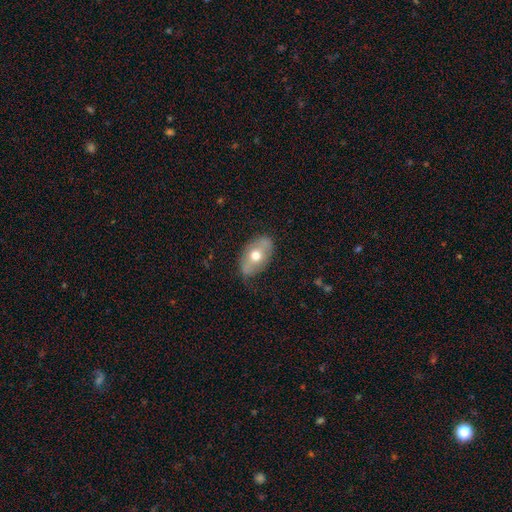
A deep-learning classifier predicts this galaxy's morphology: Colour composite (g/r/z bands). It shows a smooth galaxy with no disk features (56%) that is in between round and cigar-shaped (90%). Merging: none (74%).